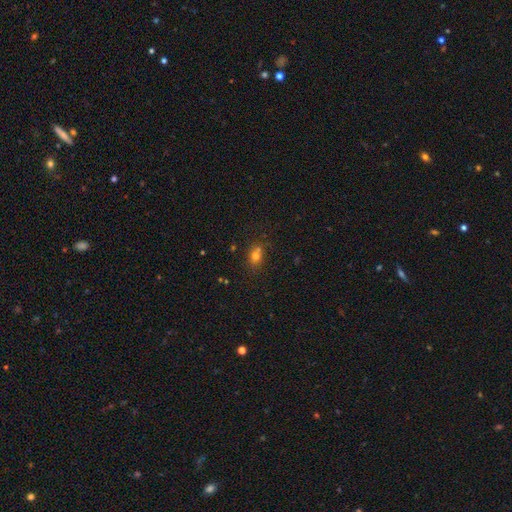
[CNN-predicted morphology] Smooth or featured?
  - smooth: 71% *
  - star or artifact: 18%
  - featured or disk: 11%
How rounded?
  - round: 55% *
  - in between: 43%
  - cigar-shaped: 2%
Merging?
  - none: 55% *
  - merger: 24%
  - minor disturbance: 15%
  - major disturbance: 5%